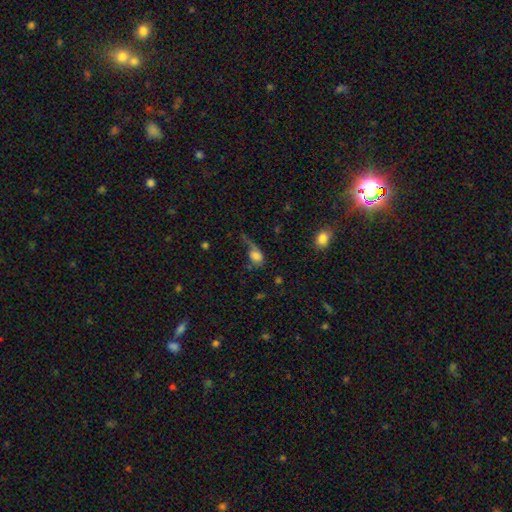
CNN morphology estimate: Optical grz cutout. It shows a smooth galaxy with no disk features (72%) that is in between round and cigar-shaped (68%). Merging: major disturbance (47%).